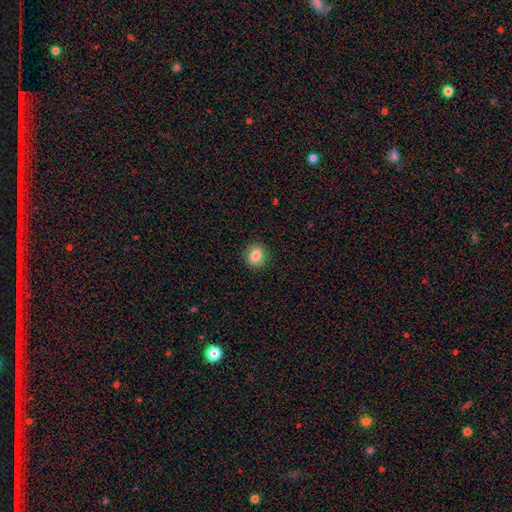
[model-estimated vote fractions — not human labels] Smooth or featured?
  - smooth: 82% *
  - star or artifact: 9%
  - featured or disk: 9%
How rounded?
  - round: 60% *
  - in between: 39%
  - cigar-shaped: 1%
Merging?
  - none: 88% *
  - minor disturbance: 9%
  - major disturbance: 2%
  - merger: 1%